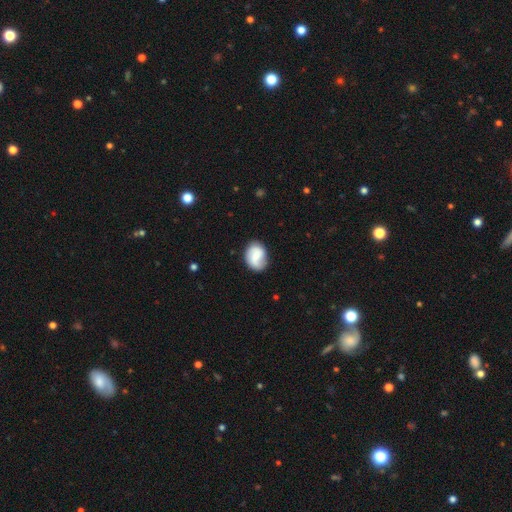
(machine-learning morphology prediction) smooth-or-featured: smooth: 51% | featured or disk: 42% | star or artifact: 7%
  how-rounded: in between: 55% | round: 44% | cigar-shaped: 1%
  merging: none: 75% | minor disturbance: 18% | major disturbance: 5% | merger: 2%